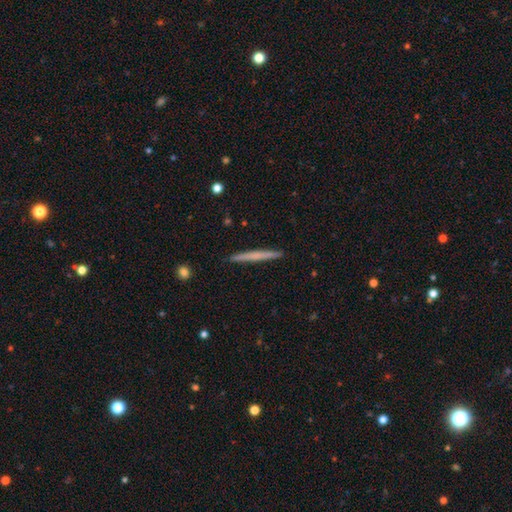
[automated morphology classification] A smooth galaxy with no disk features (54%) that is cigar-shaped (97%).

Vote fractions:
- Smooth or featured? smooth: 54% / featured or disk: 41% / star or artifact: 5%
- How rounded? cigar-shaped: 97% / in between: 2% / round: 1%
- Merging? none: 92% / minor disturbance: 5% / major disturbance: 1% / merger: 1%